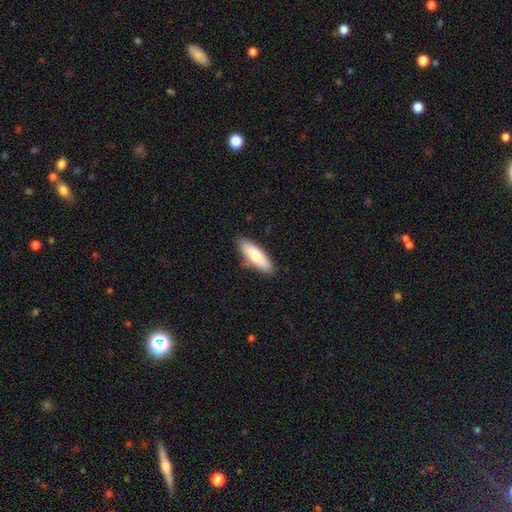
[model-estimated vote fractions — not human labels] This appears to be a smooth galaxy with no disk features (76%) that is in between round and cigar-shaped (52%). Merging: none (83%).